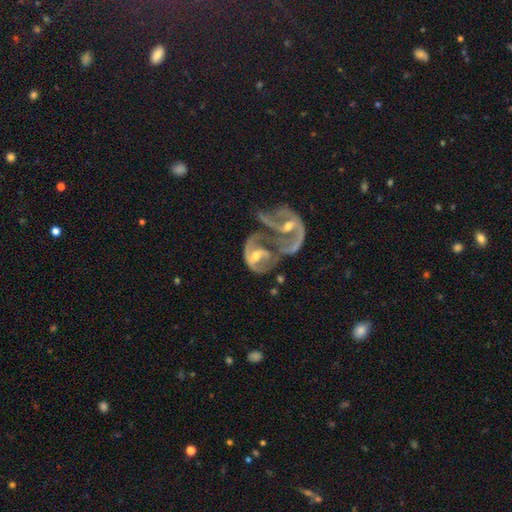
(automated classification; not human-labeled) The model was most divided on "bar": weak: 43%, no: 40%, strong: 18%. Remaining: edge-on disk — no (97%); spiral arms — yes (81%); smooth or featured — featured or disk (79%); merging — merger (73%); bulge size — moderate (58%); spiral arm count — 2 (48%); spiral winding — medium (41%).